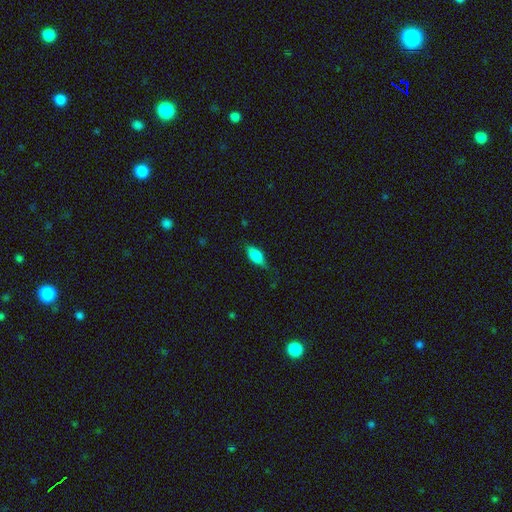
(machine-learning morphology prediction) Smooth or featured?
  - smooth: 76% *
  - featured or disk: 17%
  - star or artifact: 7%
How rounded?
  - in between: 82% *
  - cigar-shaped: 15%
  - round: 3%
Merging?
  - none: 70% *
  - minor disturbance: 23%
  - major disturbance: 5%
  - merger: 1%